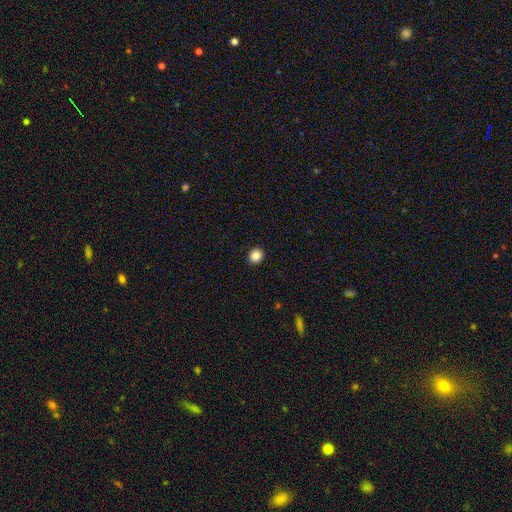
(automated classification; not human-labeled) Q: Smooth or featured?
A: smooth (86%); runner-up: star or artifact (10%)
Q: How rounded?
A: round (82%); runner-up: in between (17%)
Q: Merging?
A: none (92%); runner-up: minor disturbance (5%)